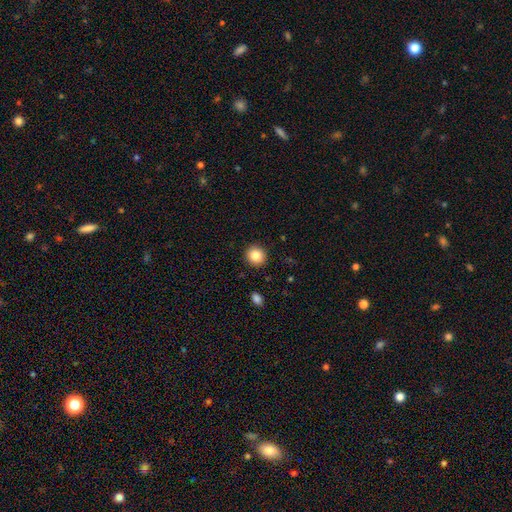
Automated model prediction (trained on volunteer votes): Smooth or featured?
  - smooth: 85% *
  - star or artifact: 9%
  - featured or disk: 6%
How rounded?
  - round: 92% *
  - in between: 7%
  - cigar-shaped: 1%
Merging?
  - none: 92% *
  - minor disturbance: 5%
  - major disturbance: 2%
  - merger: 1%